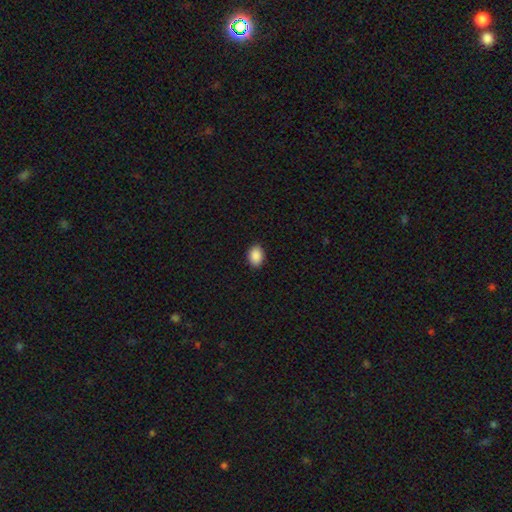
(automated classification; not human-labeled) smooth-or-featured: smooth: 90% | star or artifact: 7% | featured or disk: 3%
  how-rounded: in between: 78% | round: 21% | cigar-shaped: 1%
  merging: none: 90% | minor disturbance: 7% | major disturbance: 2% | merger: 1%